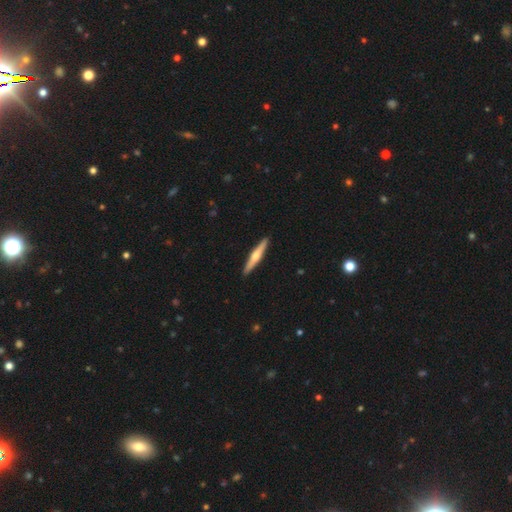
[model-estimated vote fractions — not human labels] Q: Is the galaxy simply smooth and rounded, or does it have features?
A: featured or disk — 61%.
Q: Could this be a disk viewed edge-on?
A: yes — 97%.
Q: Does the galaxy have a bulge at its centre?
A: rounded — 90%.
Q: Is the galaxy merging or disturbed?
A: none — 92%.